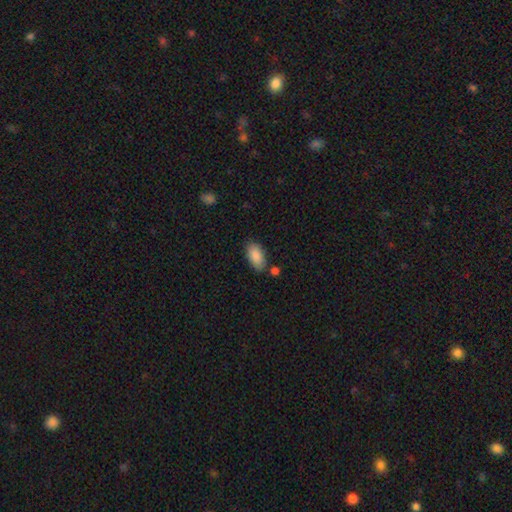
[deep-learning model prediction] smooth 87%, star or artifact 6%, featured or disk 6%. Down the decision tree: how rounded — in between (94%); merging — none (76%).